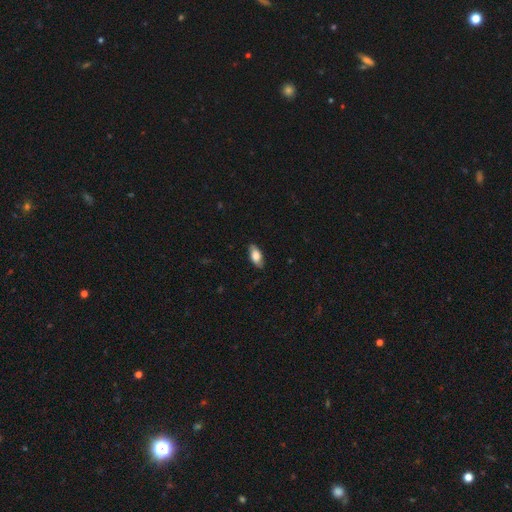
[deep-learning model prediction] Smooth or featured?
  - smooth: 75% *
  - featured or disk: 18%
  - star or artifact: 6%
How rounded?
  - in between: 87% *
  - cigar-shaped: 9%
  - round: 3%
Merging?
  - none: 85% *
  - minor disturbance: 12%
  - major disturbance: 2%
  - merger: 1%